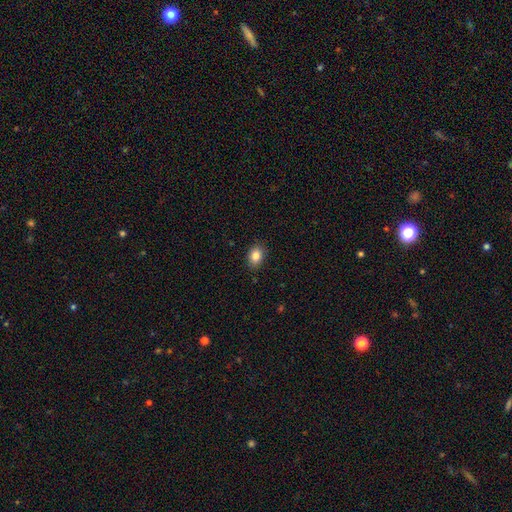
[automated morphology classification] Overall: smooth (85%). How rounded: in between (72%). Merging: none (87%).